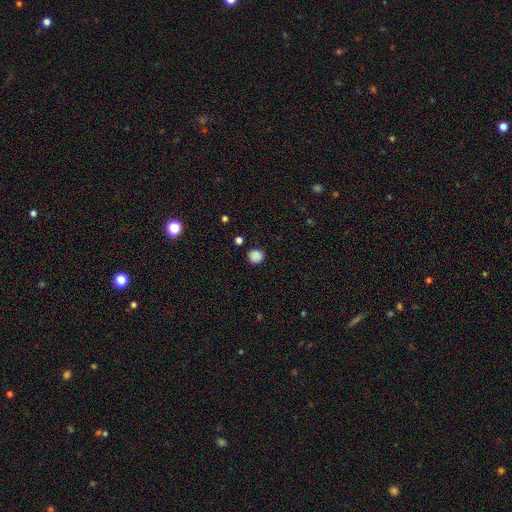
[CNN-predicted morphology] Smooth or featured: smooth — 85% (star or artifact — 12%)
How rounded: round — 84% (in between — 15%)
Merging: none — 85% (minor disturbance — 10%)